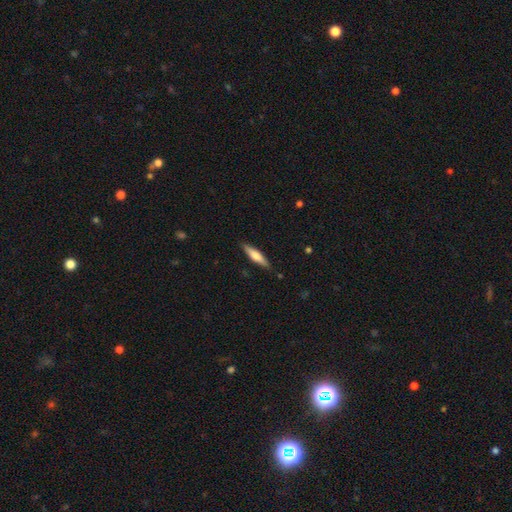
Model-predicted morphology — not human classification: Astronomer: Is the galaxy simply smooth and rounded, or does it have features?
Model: smooth — 62%.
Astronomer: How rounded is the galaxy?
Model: cigar-shaped — 77%.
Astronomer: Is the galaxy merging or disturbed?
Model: none — 86%.